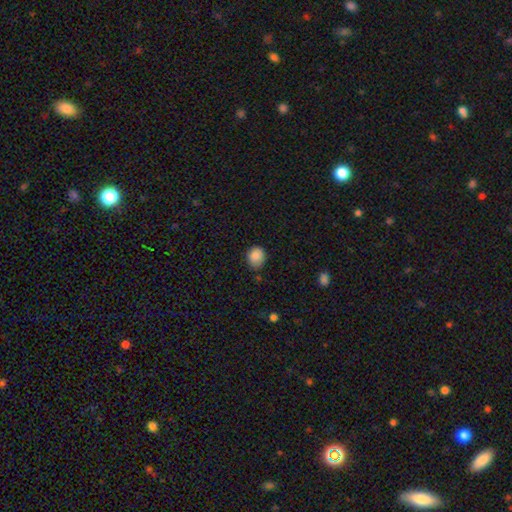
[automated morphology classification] Smooth or featured? smooth (87%)
How rounded? round (64%)
Merging? none (68%)